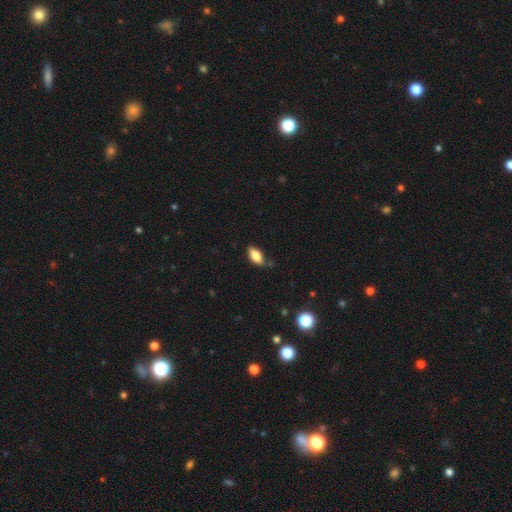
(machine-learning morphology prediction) type=smooth (80%); roundness=in between (89%); merging=none (67%).